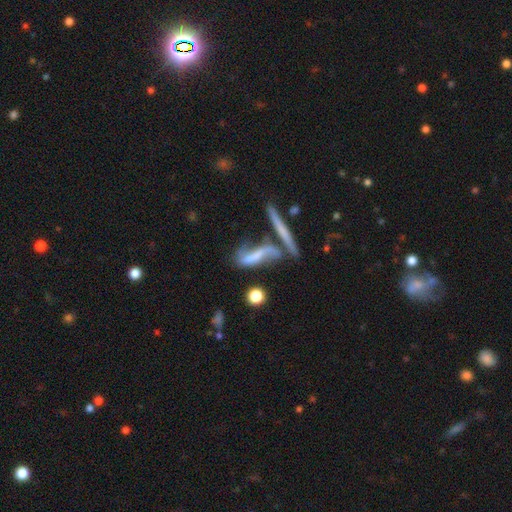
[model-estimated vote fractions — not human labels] This is possibly a featured or disk galaxy (54%). It is likely not viewed edge-on (63%). Merging: marginally merger (41%).